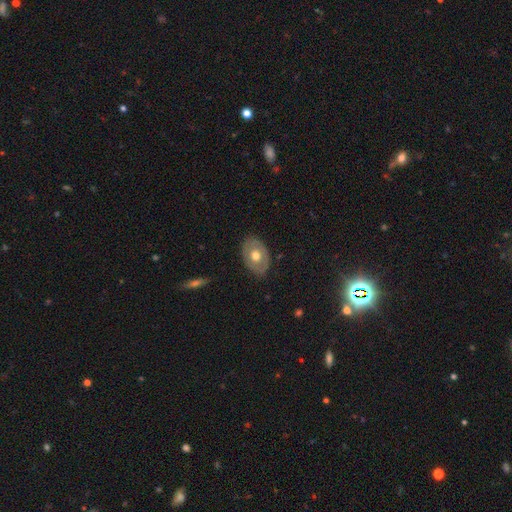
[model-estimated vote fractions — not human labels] smooth_or_featured: smooth (p=0.52) [alt: featured or disk p=0.42]
how_rounded: in between (p=0.79) [alt: round p=0.20]
merging: none (p=0.83) [alt: minor disturbance p=0.13]